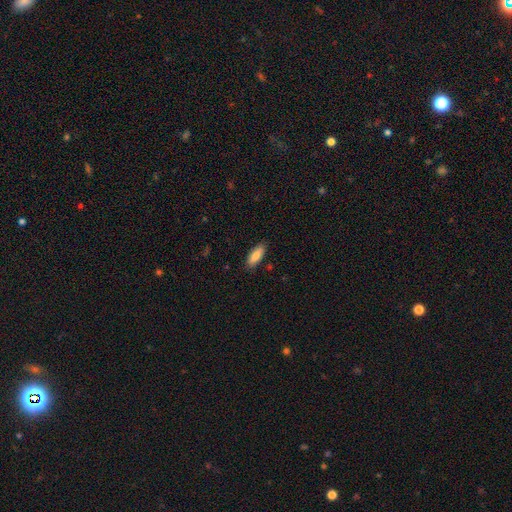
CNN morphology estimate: A smooth galaxy with no disk features (81%) that is in between round and cigar-shaped (71%).

Vote fractions:
- Smooth or featured? smooth: 81% / featured or disk: 12% / star or artifact: 6%
- How rounded? in between: 71% / cigar-shaped: 28% / round: 2%
- Merging? none: 85% / minor disturbance: 12% / major disturbance: 2% / merger: 1%